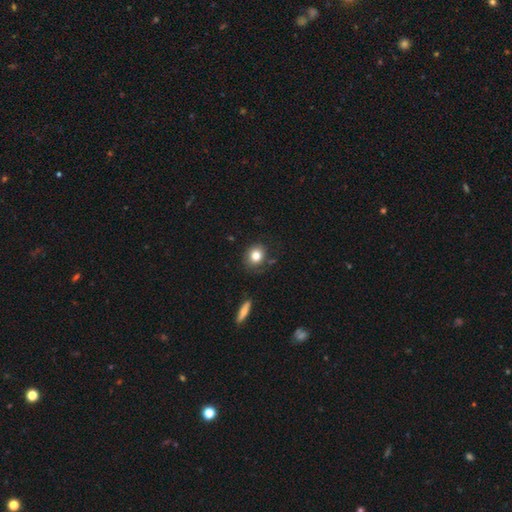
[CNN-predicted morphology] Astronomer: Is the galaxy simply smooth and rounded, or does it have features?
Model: smooth — 80%.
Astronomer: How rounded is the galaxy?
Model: round — 73%.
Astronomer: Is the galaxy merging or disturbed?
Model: none — 79%.